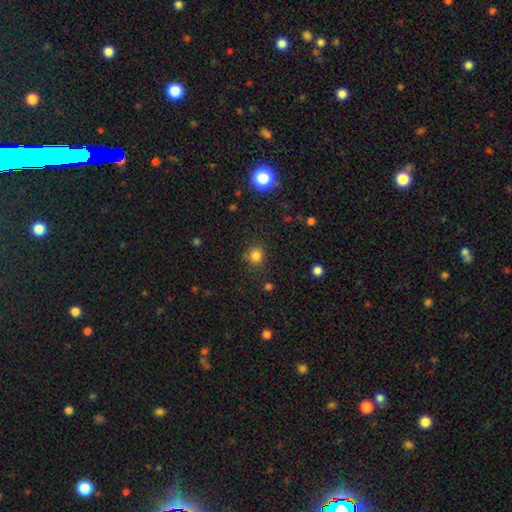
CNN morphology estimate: Overall: smooth (81%). How rounded: round (87%). Merging: none (80%).